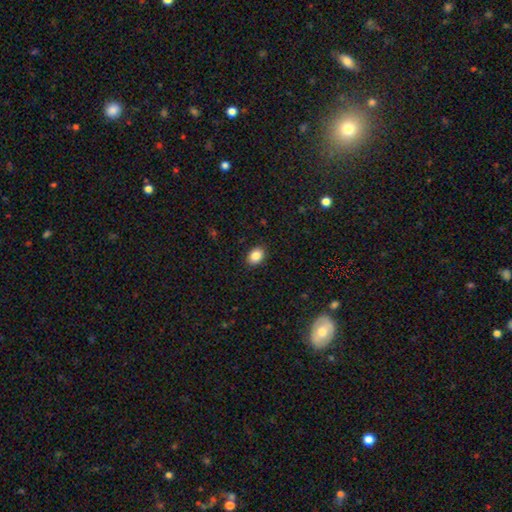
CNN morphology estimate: smooth-or-featured: smooth: 87% | star or artifact: 9% | featured or disk: 4%
  how-rounded: in between: 71% | round: 28% | cigar-shaped: 1%
  merging: none: 90% | minor disturbance: 7% | major disturbance: 2% | merger: 1%